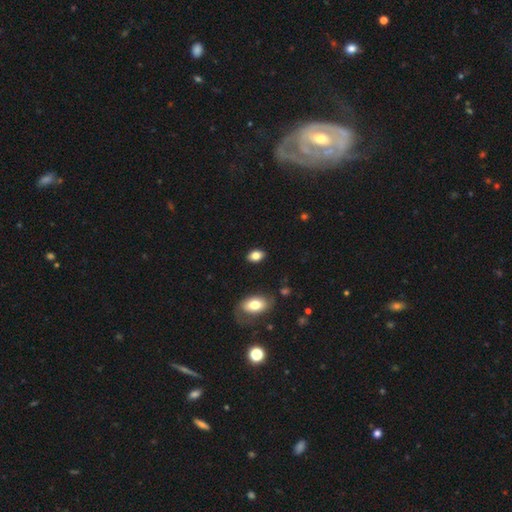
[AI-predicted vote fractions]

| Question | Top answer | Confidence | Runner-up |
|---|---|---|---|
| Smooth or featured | smooth | 82% | featured or disk (9%) |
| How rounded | in between | 84% | round (14%) |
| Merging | none | 87% | minor disturbance (9%) |